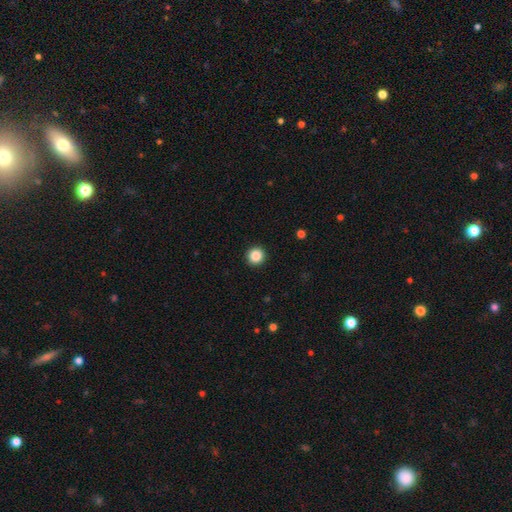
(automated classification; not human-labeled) Smooth or featured? smooth (86%)
How rounded? round (95%)
Merging? none (93%)